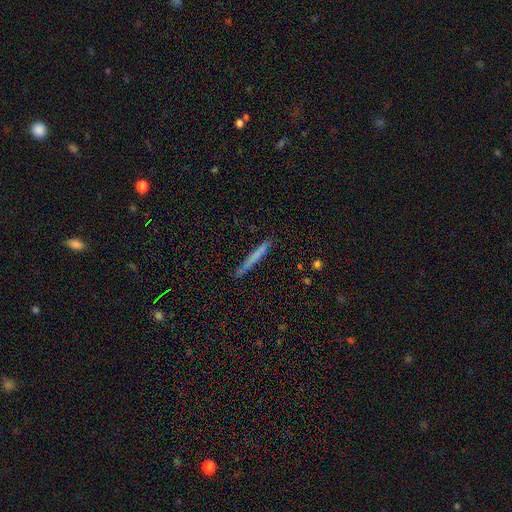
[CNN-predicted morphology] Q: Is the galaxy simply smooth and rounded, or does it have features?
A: smooth — 67%.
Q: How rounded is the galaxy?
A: cigar-shaped — 97%.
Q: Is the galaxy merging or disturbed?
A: none — 85%.